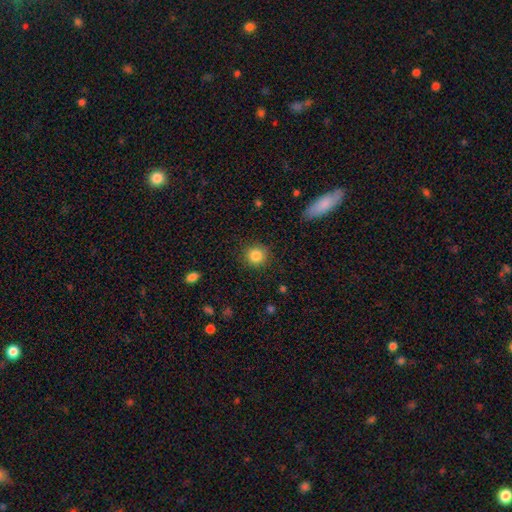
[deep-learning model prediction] smooth_or_featured: smooth (p=0.85) [alt: star or artifact p=0.10]
how_rounded: round (p=0.93) [alt: in between p=0.06]
merging: none (p=0.90) [alt: minor disturbance p=0.07]